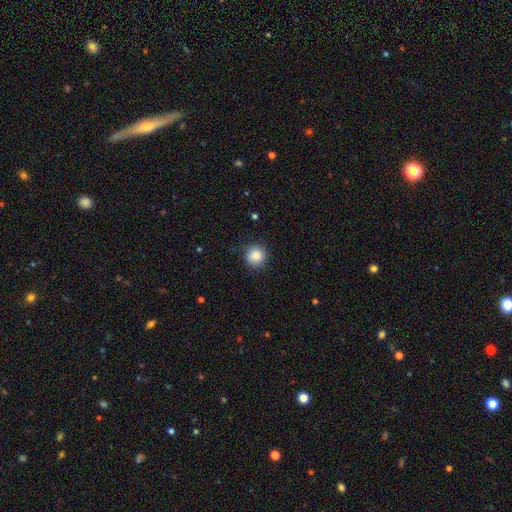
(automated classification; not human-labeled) Morphology: type=smooth (87%); roundness=round (91%); merging=none (85%).